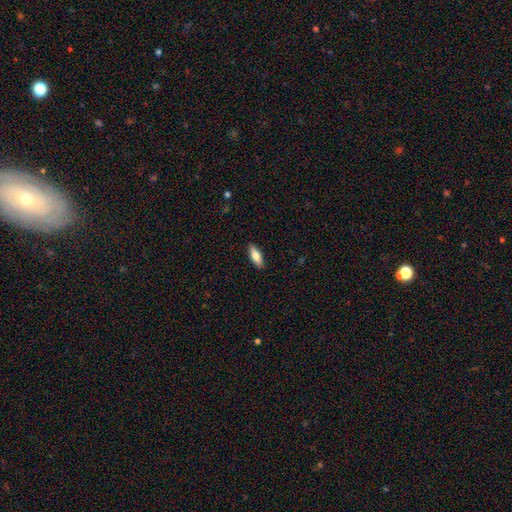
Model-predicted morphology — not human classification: smooth_or_featured: smooth (p=0.80) [alt: featured or disk p=0.14]
how_rounded: in between (p=0.69) [alt: cigar-shaped p=0.29]
merging: none (p=0.89) [alt: minor disturbance p=0.08]